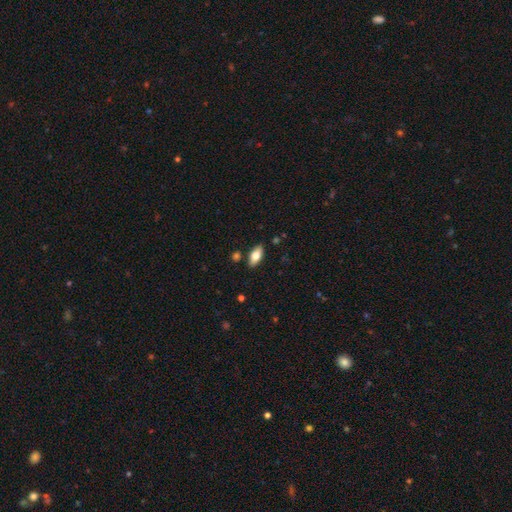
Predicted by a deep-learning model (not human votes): Q: Smooth or featured?
A: smooth (72%); runner-up: featured or disk (21%)
Q: How rounded?
A: in between (87%); runner-up: cigar-shaped (10%)
Q: Merging?
A: none (86%); runner-up: minor disturbance (9%)